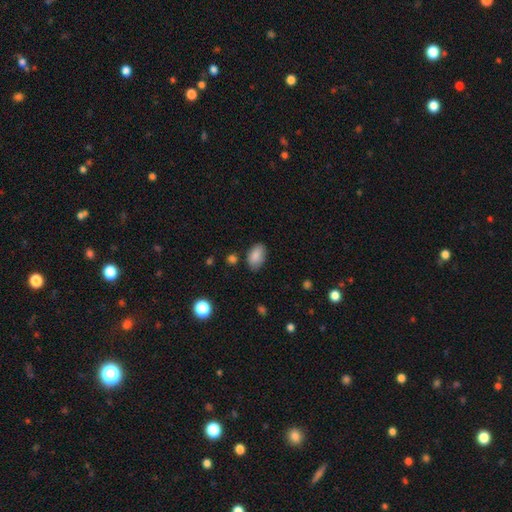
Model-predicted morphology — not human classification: Smooth or featured?
  - smooth: 86% *
  - star or artifact: 8%
  - featured or disk: 6%
How rounded?
  - in between: 92% *
  - round: 7%
  - cigar-shaped: 2%
Merging?
  - none: 79% *
  - minor disturbance: 15%
  - major disturbance: 3%
  - merger: 3%